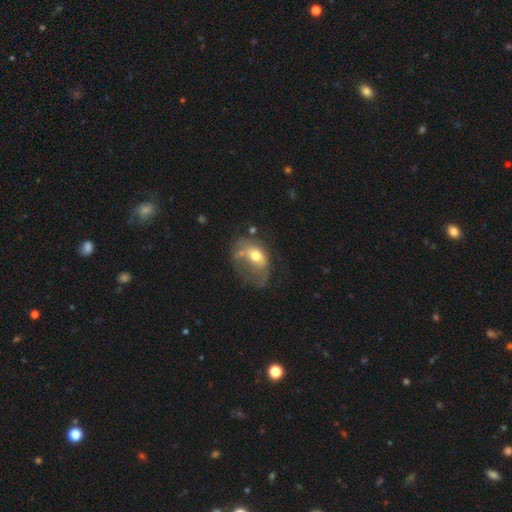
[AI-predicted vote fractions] This is possibly a smooth galaxy (52%). How rounded: likely in between (75%). Merging: marginally major disturbance (43%).